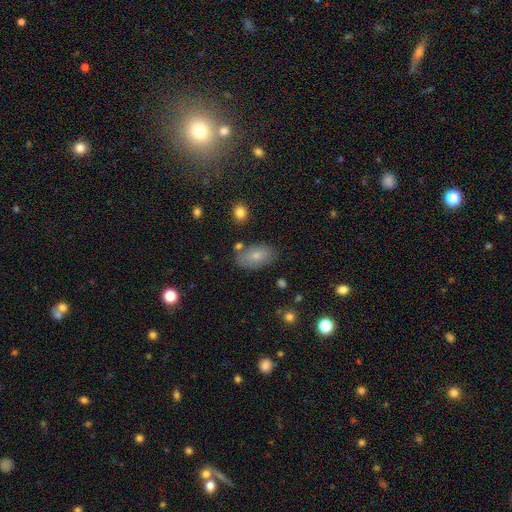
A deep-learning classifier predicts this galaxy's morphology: smooth 74%, featured or disk 18%, star or artifact 8%. Down the decision tree: how rounded — in between (92%); merging — none (76%).